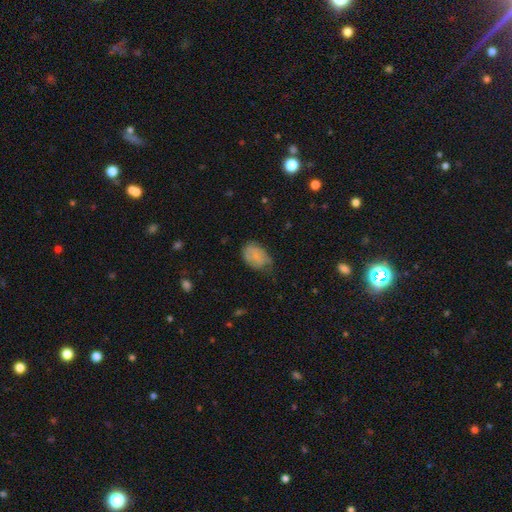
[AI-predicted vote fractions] Morphology: type=smooth (63%); roundness=in between (81%); merging=none (43%).